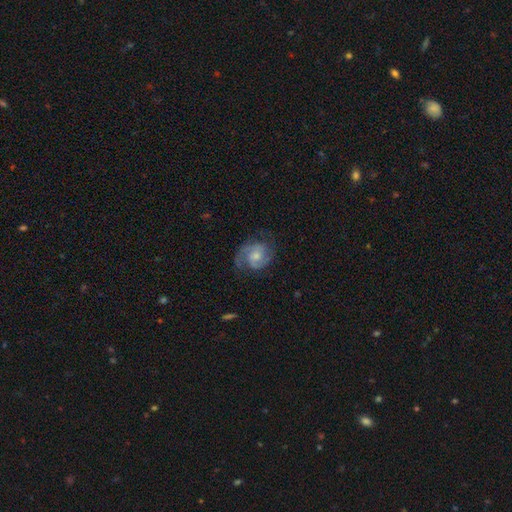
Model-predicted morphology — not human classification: A featured or disk galaxy (79%) with no bar (58%), 2 (79%) medium (49%) spiral arms (95%) and a small central bulge (44%).

Vote fractions:
- Smooth or featured? featured or disk: 79% / smooth: 15% / star or artifact: 6%
- Edge-on disk? no: 98% / yes: 2%
- Bar? no: 58% / weak: 36% / strong: 6%
- Spiral arms? yes: 95% / no: 5%
- Spiral winding? medium: 49% / tight: 36% / loose: 16%
- Spiral arm count? 2: 79% / can't tell: 8% / 1: 5% / 3: 4% / 4: 1% / more than 4: 1%
- Bulge size? small: 44% / moderate: 42% / none: 8% / large: 5% / dominant: 1%
- Merging? none: 67% / minor disturbance: 20% / major disturbance: 12% / merger: 1%